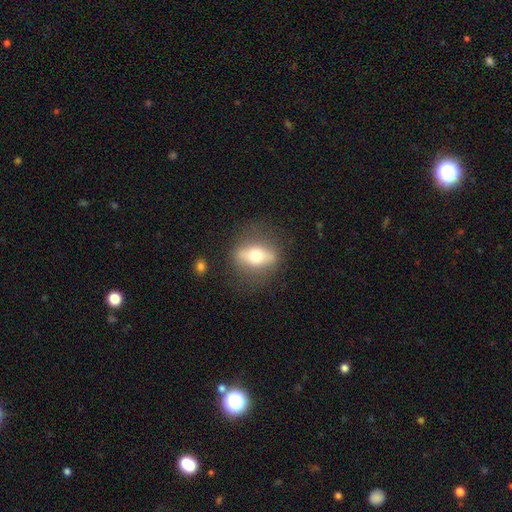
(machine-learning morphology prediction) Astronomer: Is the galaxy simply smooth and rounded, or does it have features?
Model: featured or disk — 52% (runner-up: smooth, 40%).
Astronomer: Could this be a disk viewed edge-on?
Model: yes — 56% (runner-up: no, 44%).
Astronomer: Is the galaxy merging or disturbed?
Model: none — 79%.